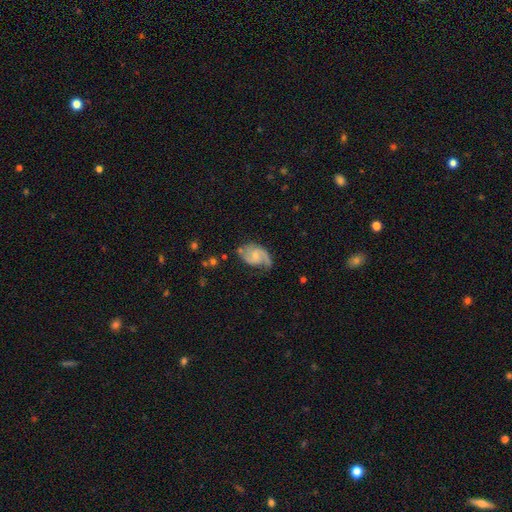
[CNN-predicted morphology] A featured or disk galaxy (74%) with no bar (59%), 2 (74%) medium (45%) spiral arms (93%) and a small central bulge (56%).

Vote fractions:
- Smooth or featured? featured or disk: 74% / smooth: 20% / star or artifact: 6%
- Edge-on disk? no: 97% / yes: 3%
- Bar? no: 59% / weak: 36% / strong: 5%
- Spiral arms? yes: 93% / no: 7%
- Spiral winding? medium: 45% / loose: 32% / tight: 23%
- Spiral arm count? 2: 74% / 1: 14% / can't tell: 8% / 3: 2% / 4: 1% / more than 4: 1%
- Bulge size? small: 56% / moderate: 36% / none: 5% / large: 2% / dominant: 1%
- Merging? none: 54% / minor disturbance: 30% / major disturbance: 14% / merger: 3%